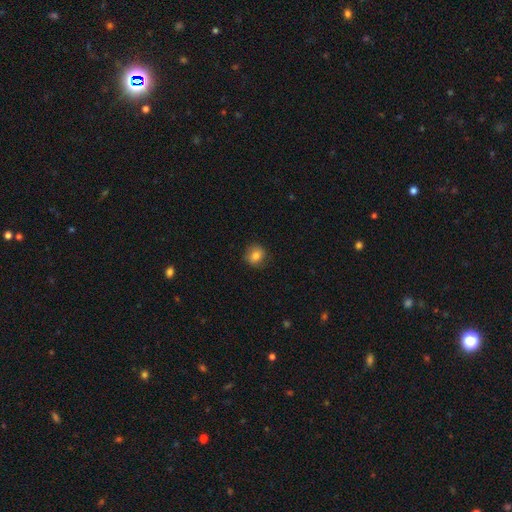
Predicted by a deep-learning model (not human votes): This is clearly a smooth galaxy (80%). How rounded: clearly round (83%). Merging: clearly none (84%).